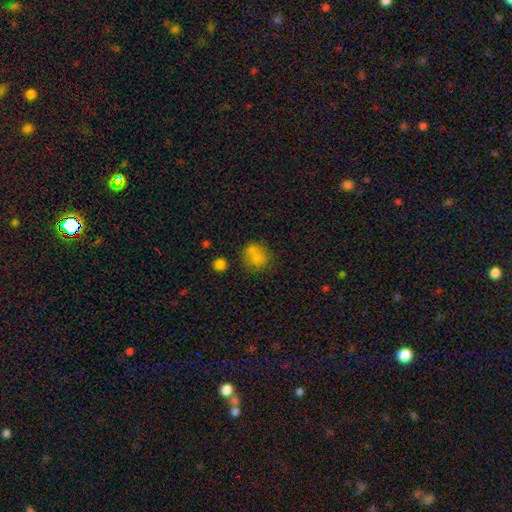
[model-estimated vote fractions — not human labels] Smooth or featured? Predicted: smooth (p=0.74). How rounded? Predicted: round (p=0.85). Merging? Predicted: none (p=0.62).